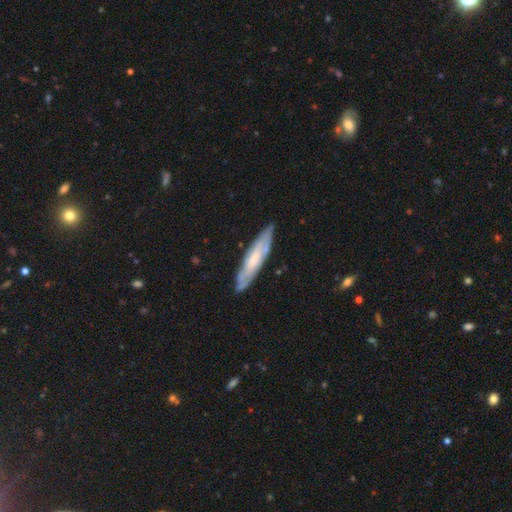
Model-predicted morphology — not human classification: A featured or disk galaxy (56%) viewed edge-on (64%).

Vote fractions:
- Smooth or featured? featured or disk: 56% / smooth: 36% / star or artifact: 9%
- Edge-on disk? yes: 64% / no: 36%
- Merging? none: 85% / minor disturbance: 12% / major disturbance: 2% / merger: 1%